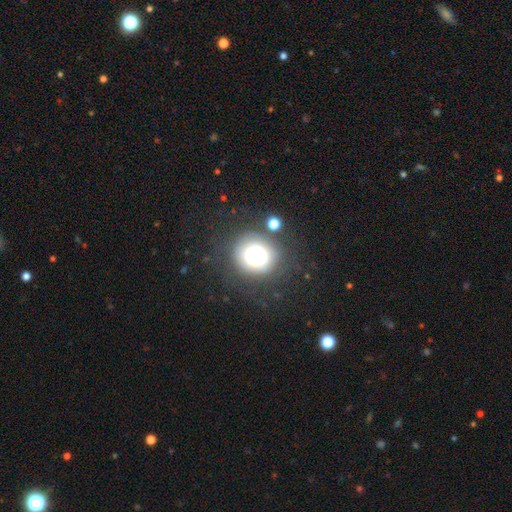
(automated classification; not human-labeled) Smooth or featured?
  - smooth: 57% *
  - featured or disk: 31%
  - star or artifact: 12%
How rounded?
  - round: 84% *
  - in between: 15%
  - cigar-shaped: 1%
Merging?
  - none: 72% *
  - minor disturbance: 14%
  - major disturbance: 10%
  - merger: 5%